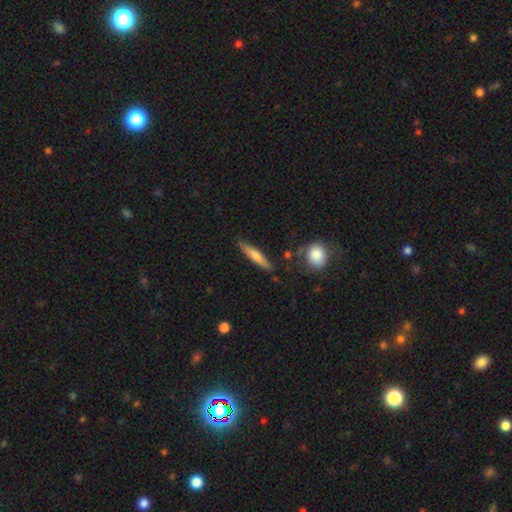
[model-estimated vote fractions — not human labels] smooth-or-featured: smooth: 59% | featured or disk: 34% | star or artifact: 7%
  how-rounded: cigar-shaped: 88% | in between: 10% | round: 2%
  merging: none: 82% | minor disturbance: 11% | merger: 4% | major disturbance: 3%